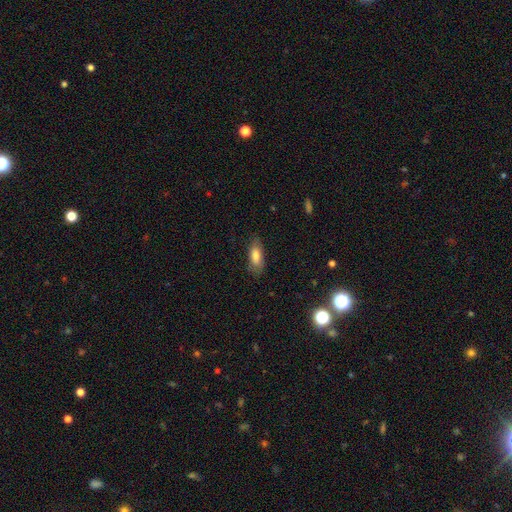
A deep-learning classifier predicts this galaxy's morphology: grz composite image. It shows a smooth galaxy with no disk features (78%) that is in between round and cigar-shaped (75%). Merging: none (78%).